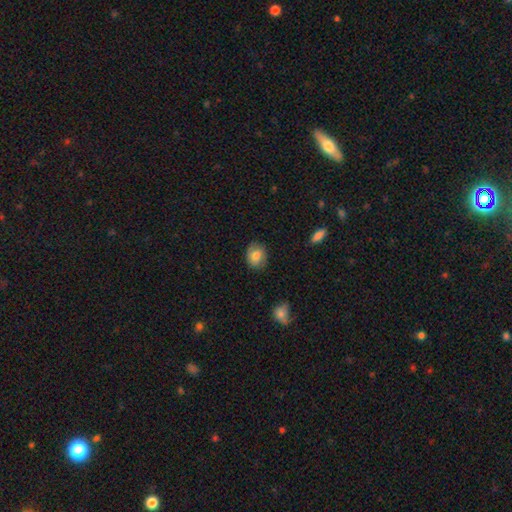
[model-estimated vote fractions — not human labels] A smooth galaxy with no disk features (78%) that is in between round and cigar-shaped (51%).

Vote fractions:
- Smooth or featured? smooth: 78% / featured or disk: 14% / star or artifact: 8%
- How rounded? in between: 51% / round: 48% / cigar-shaped: 1%
- Merging? none: 79% / minor disturbance: 17% / major disturbance: 3% / merger: 1%